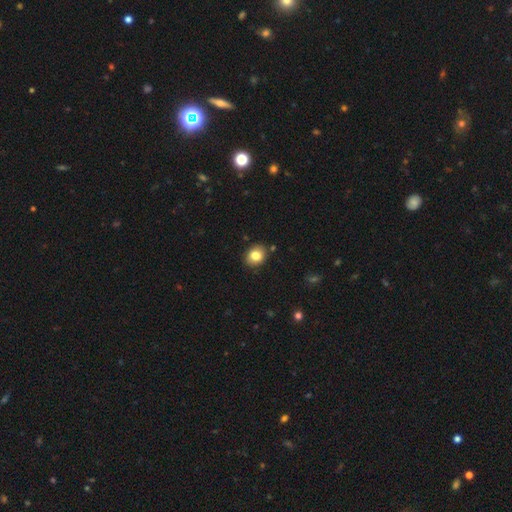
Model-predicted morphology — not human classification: Overall: smooth (82%). How rounded: round (56%; in between 43%). Merging: none (86%).